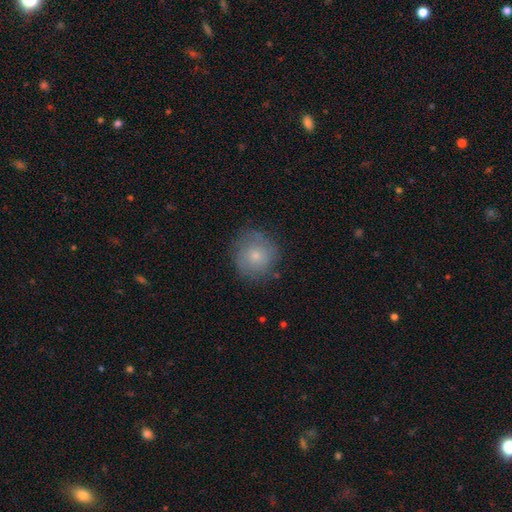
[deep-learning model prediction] A smooth galaxy with no disk features (70%) that is round (92%).

Vote fractions:
- Smooth or featured? smooth: 70% / featured or disk: 21% / star or artifact: 9%
- How rounded? round: 92% / in between: 7% / cigar-shaped: 1%
- Merging? none: 79% / minor disturbance: 15% / major disturbance: 5% / merger: 1%